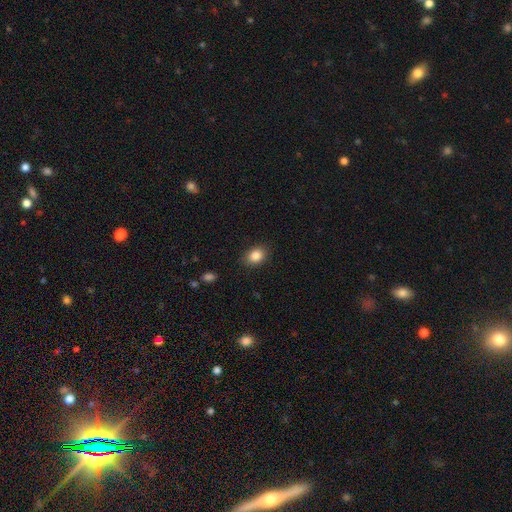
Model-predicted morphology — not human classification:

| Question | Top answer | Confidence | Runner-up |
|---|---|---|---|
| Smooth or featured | smooth | 86% | star or artifact (9%) |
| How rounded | in between | 63% | round (36%) |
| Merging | none | 85% | minor disturbance (11%) |